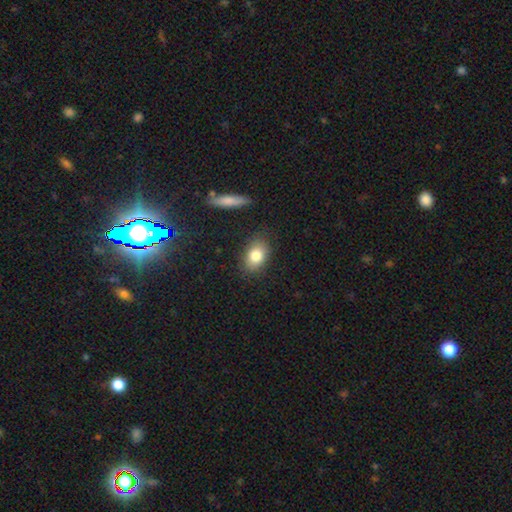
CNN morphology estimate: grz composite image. It shows a smooth galaxy with no disk features (81%) that is in between round and cigar-shaped (79%). Merging: none (82%).